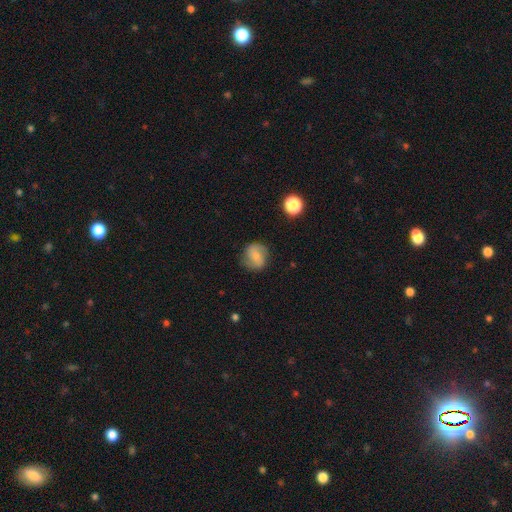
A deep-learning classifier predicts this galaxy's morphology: Smooth or featured: smooth — 62% (featured or disk — 29%)
How rounded: round — 72% (in between — 27%)
Merging: none — 74% (minor disturbance — 18%)